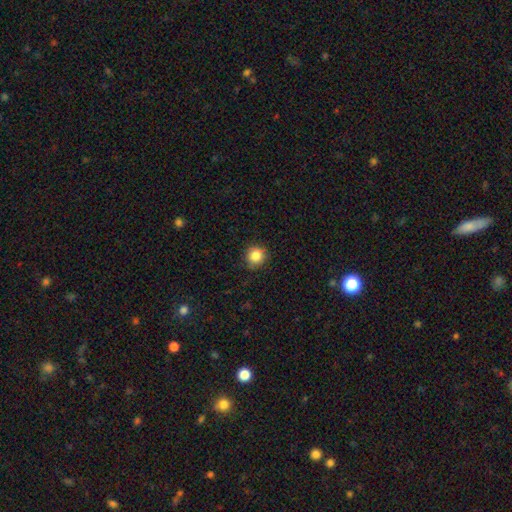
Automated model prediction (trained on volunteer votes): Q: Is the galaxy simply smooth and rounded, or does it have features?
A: smooth — 85%.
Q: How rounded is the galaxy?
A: round — 93%.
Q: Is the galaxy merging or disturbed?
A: none — 87%.